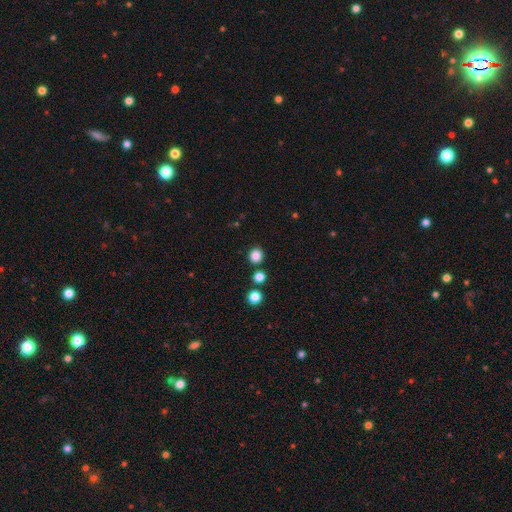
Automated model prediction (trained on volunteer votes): A smooth galaxy with no disk features (84%) that is round (90%).

Vote fractions:
- Smooth or featured? smooth: 84% / star or artifact: 12% / featured or disk: 3%
- How rounded? round: 90% / in between: 9% / cigar-shaped: 1%
- Merging? none: 86% / minor disturbance: 6% / merger: 5% / major disturbance: 2%